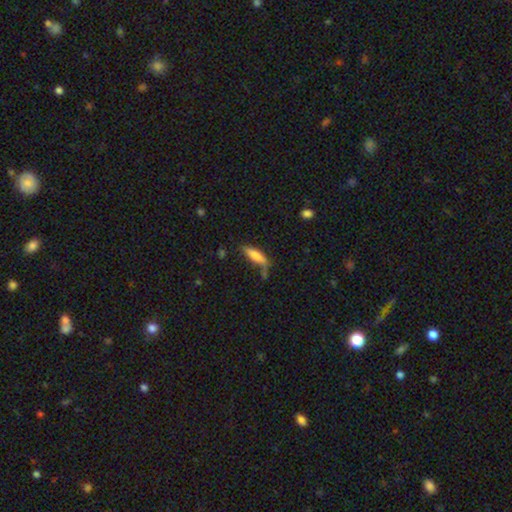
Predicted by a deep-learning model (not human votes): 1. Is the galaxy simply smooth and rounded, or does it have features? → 73% smooth, 20% featured or disk, 7% star or artifact.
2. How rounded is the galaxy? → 59% cigar-shaped, 39% in between, 2% round.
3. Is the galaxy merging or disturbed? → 53% none, 25% minor disturbance, 11% merger, 11% major disturbance.